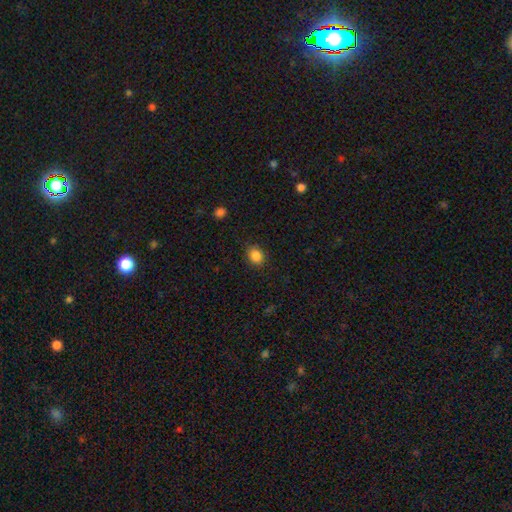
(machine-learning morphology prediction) smooth-or-featured: smooth: 86% | star or artifact: 10% | featured or disk: 4%
  how-rounded: round: 61% | in between: 38% | cigar-shaped: 1%
  merging: none: 86% | minor disturbance: 10% | major disturbance: 3% | merger: 1%